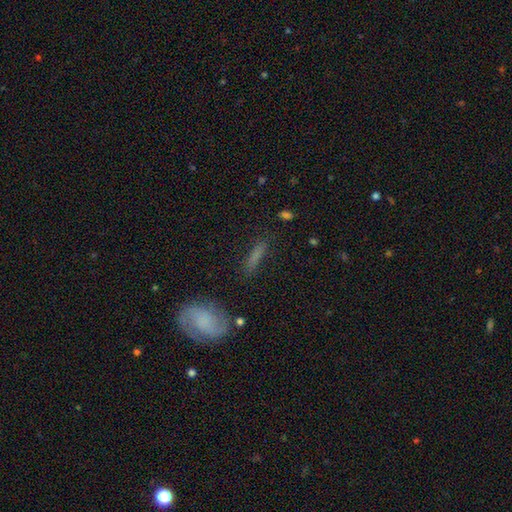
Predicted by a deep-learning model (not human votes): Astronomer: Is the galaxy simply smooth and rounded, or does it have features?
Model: smooth — 62%.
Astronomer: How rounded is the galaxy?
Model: cigar-shaped — 72%.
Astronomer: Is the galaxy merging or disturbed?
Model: none — 75%.